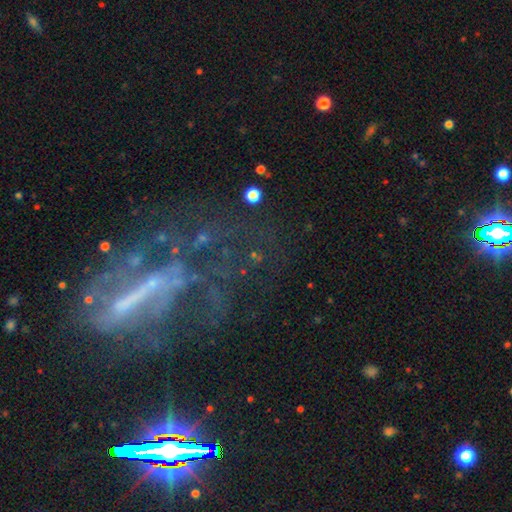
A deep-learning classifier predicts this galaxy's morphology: Smooth or featured? Predicted: featured or disk (p=0.61). Edge-on disk? Predicted: no (p=0.84). Bar? Predicted: strong (p=0.42). Spiral arms? Predicted: no (p=0.65). Bulge size? Predicted: none (p=0.51). Merging? Predicted: none (p=0.40).